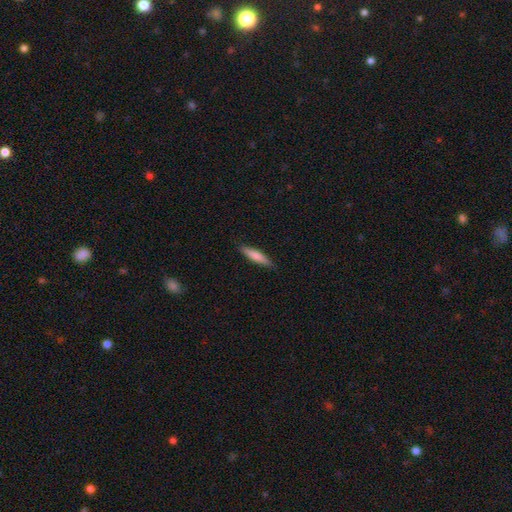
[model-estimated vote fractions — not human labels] Q: Smooth or featured?
A: smooth (72%); runner-up: featured or disk (22%)
Q: How rounded?
A: cigar-shaped (84%); runner-up: in between (15%)
Q: Merging?
A: none (89%); runner-up: minor disturbance (8%)